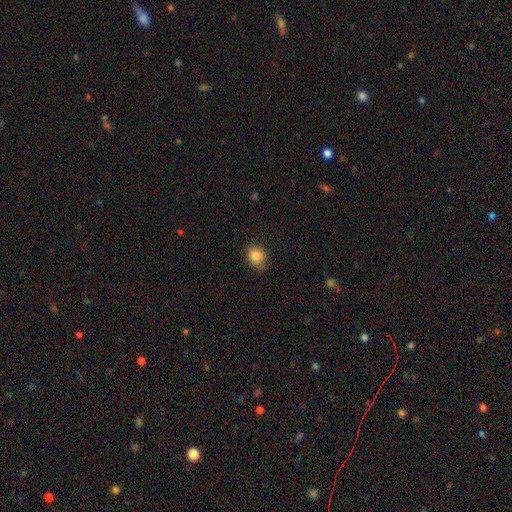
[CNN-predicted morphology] smooth-or-featured: smooth: 85% | star or artifact: 9% | featured or disk: 6%
  how-rounded: round: 58% | in between: 41% | cigar-shaped: 1%
  merging: none: 80% | minor disturbance: 16% | major disturbance: 3% | merger: 1%